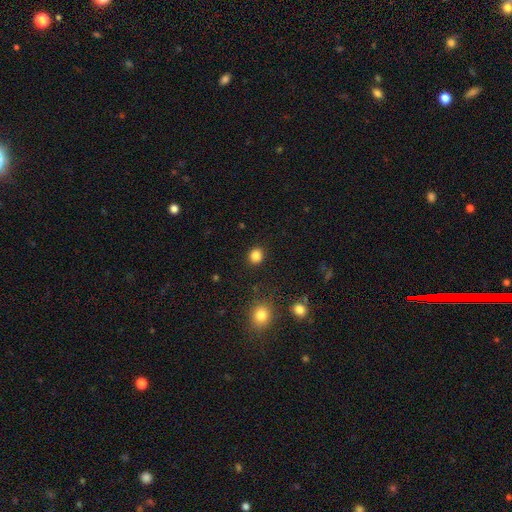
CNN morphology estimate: smooth-or-featured: smooth: 85% | star or artifact: 12% | featured or disk: 4%
  how-rounded: round: 82% | in between: 18% | cigar-shaped: 1%
  merging: none: 89% | minor disturbance: 6% | major disturbance: 3% | merger: 2%